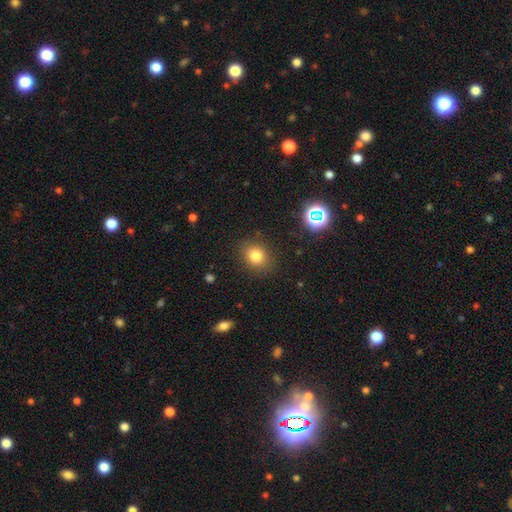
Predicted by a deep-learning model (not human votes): The model was most divided on "how rounded": round: 64%, in between: 35%, cigar-shaped: 1%. More confident: merging — none (86%); smooth or featured — smooth (79%).